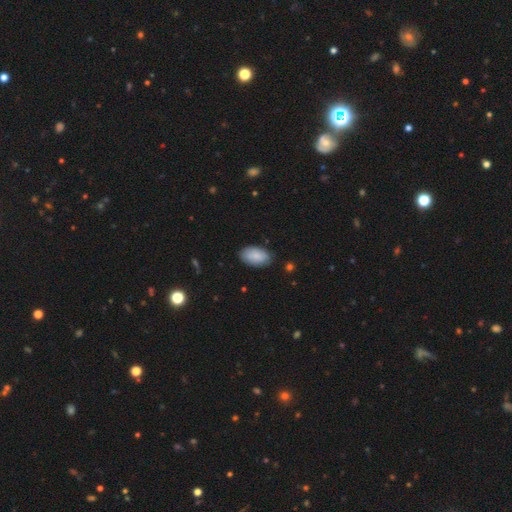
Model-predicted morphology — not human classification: Smooth or featured? smooth (84%)
How rounded? in between (94%)
Merging? none (83%)